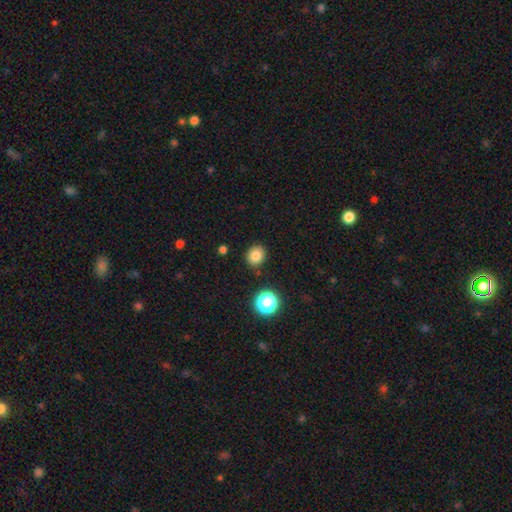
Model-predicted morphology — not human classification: type=smooth (82%); roundness=round (79%); merging=none (86%).